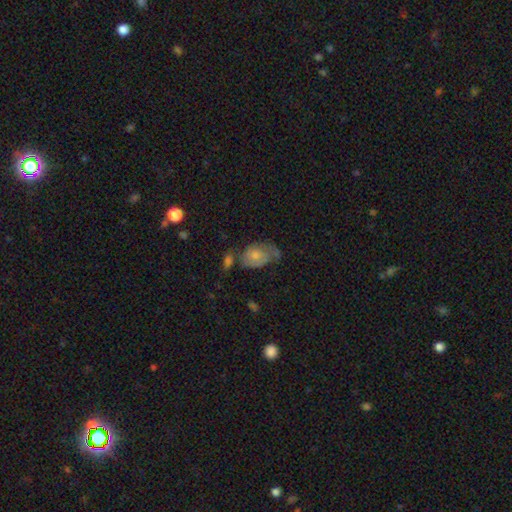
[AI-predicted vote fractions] smooth 54%, featured or disk 38%, star or artifact 8%. Down the decision tree: how rounded — in between (83%); merging — none (32%).